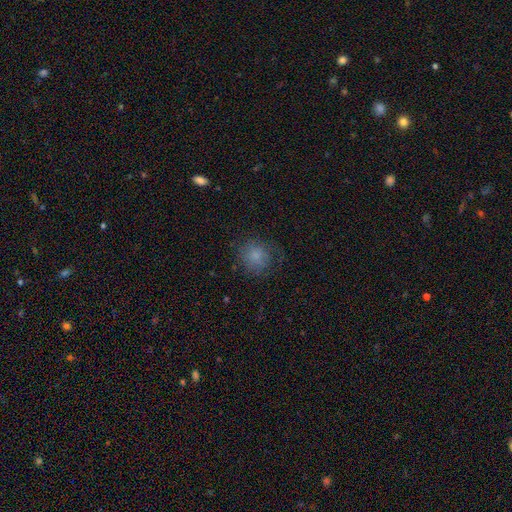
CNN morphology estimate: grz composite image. It shows a smooth galaxy with no disk features (80%) that is round (86%). Merging: none (70%).